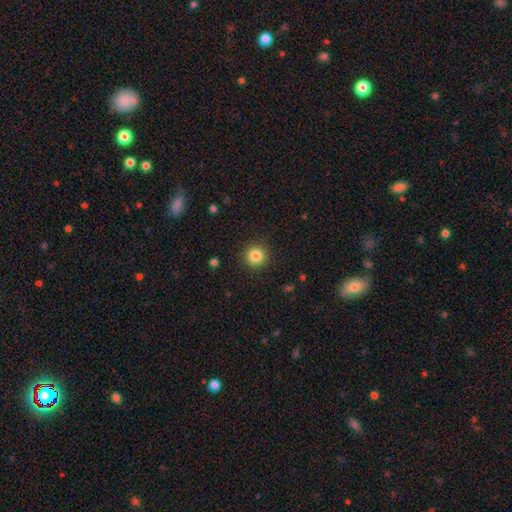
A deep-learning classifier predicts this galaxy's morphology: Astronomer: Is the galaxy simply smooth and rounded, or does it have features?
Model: smooth — 84%.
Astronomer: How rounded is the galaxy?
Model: round — 94%.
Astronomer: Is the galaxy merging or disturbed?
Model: none — 91%.